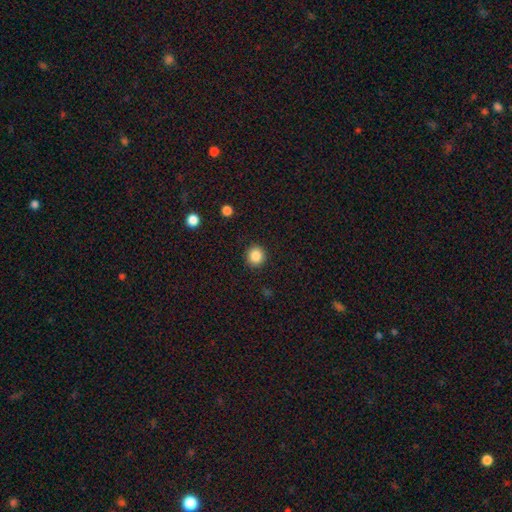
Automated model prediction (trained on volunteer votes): Smooth or featured? smooth (86%)
How rounded? round (94%)
Merging? none (92%)